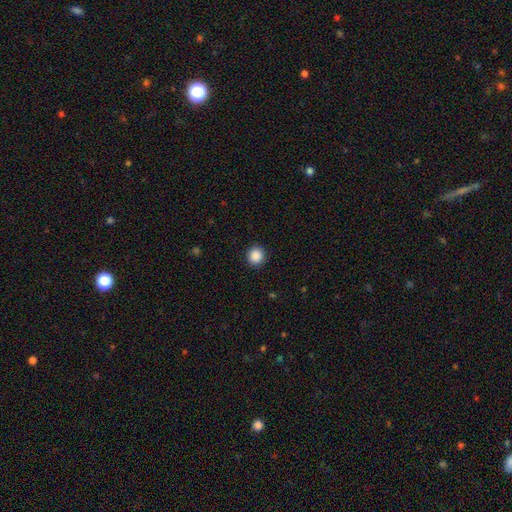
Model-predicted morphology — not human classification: A smooth galaxy with no disk features (88%) that is round (93%). Merging: none (92%).